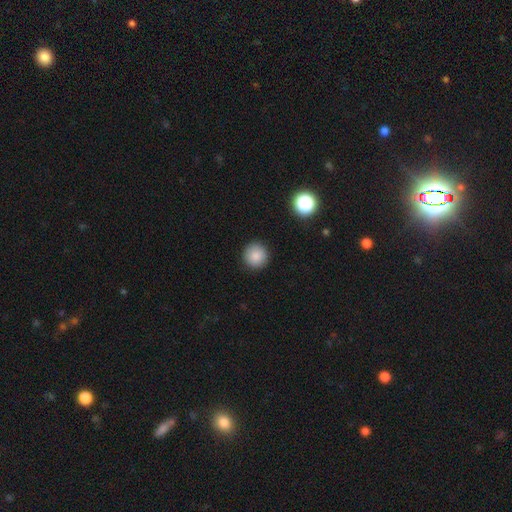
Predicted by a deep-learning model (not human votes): Overall: smooth (85%). How rounded: round (95%). Merging: none (92%).